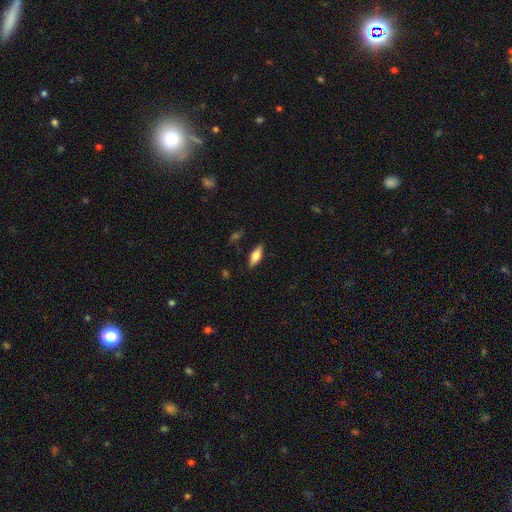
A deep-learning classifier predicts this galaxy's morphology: This is likely a smooth galaxy (60%). How rounded: likely in between (71%). Merging: clearly none (84%).